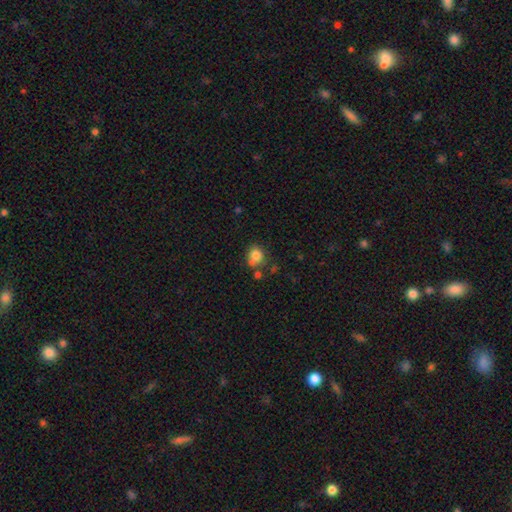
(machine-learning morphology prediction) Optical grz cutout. It shows a smooth galaxy with no disk features (81%) that is round (66%). Merging: none (56%).